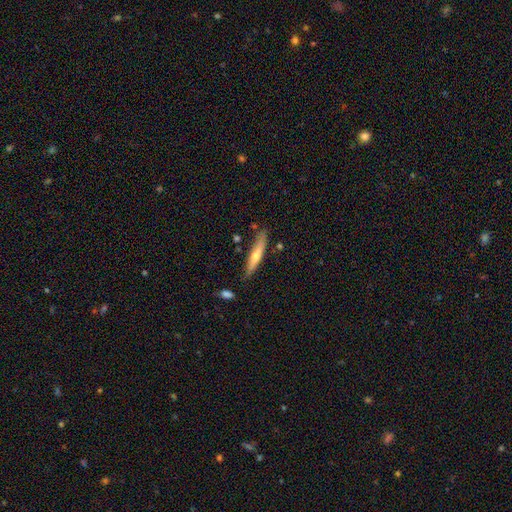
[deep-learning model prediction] This appears to be a smooth galaxy with no disk features (53%) that is cigar-shaped (88%). Merging: none (79%).